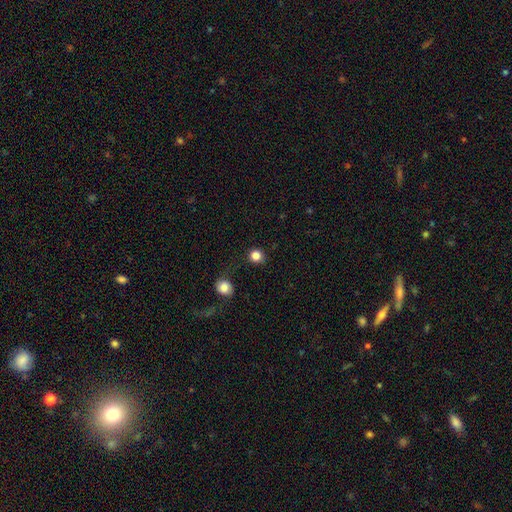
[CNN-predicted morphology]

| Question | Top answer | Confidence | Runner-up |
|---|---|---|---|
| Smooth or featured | smooth | 84% | star or artifact (12%) |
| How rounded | round | 90% | in between (9%) |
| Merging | none | 82% | minor disturbance (11%) |